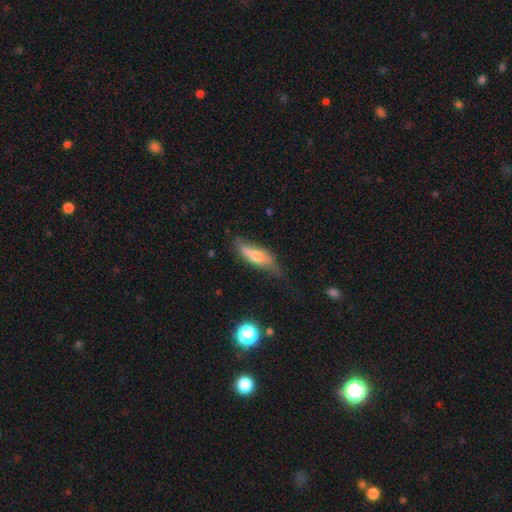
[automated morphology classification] Smooth or featured?
  - smooth: 58% *
  - featured or disk: 35%
  - star or artifact: 7%
How rounded?
  - cigar-shaped: 51% *
  - in between: 47%
  - round: 2%
Merging?
  - none: 54% *
  - minor disturbance: 33%
  - major disturbance: 11%
  - merger: 2%